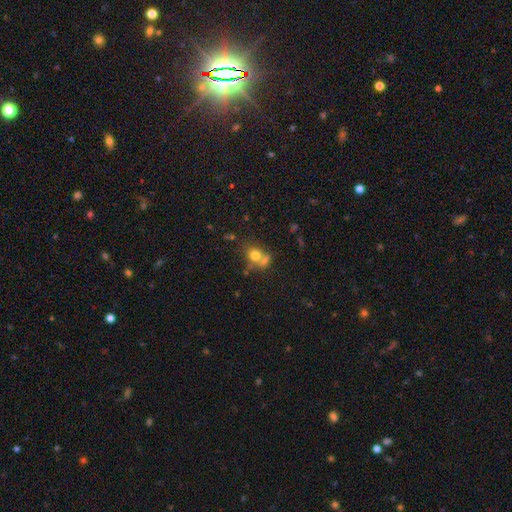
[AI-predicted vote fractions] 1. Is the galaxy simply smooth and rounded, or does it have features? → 72% smooth, 15% featured or disk, 13% star or artifact.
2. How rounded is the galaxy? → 67% round, 32% in between, 1% cigar-shaped.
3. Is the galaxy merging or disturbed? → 45% merger, 38% none, 11% minor disturbance, 6% major disturbance.